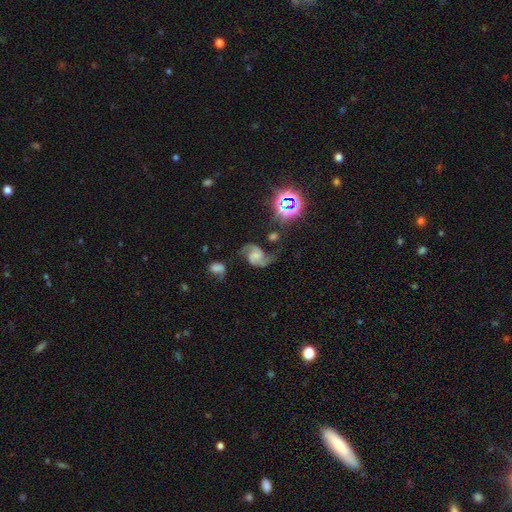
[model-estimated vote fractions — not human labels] Smooth or featured? featured or disk (82%)
Edge-on disk? no (98%)
Bar? no (60%)
Spiral arms? yes (96%)
Spiral winding? medium (45%)
Spiral arm count? 2 (92%)
Bulge size? small (41%)
Merging? none (59%)